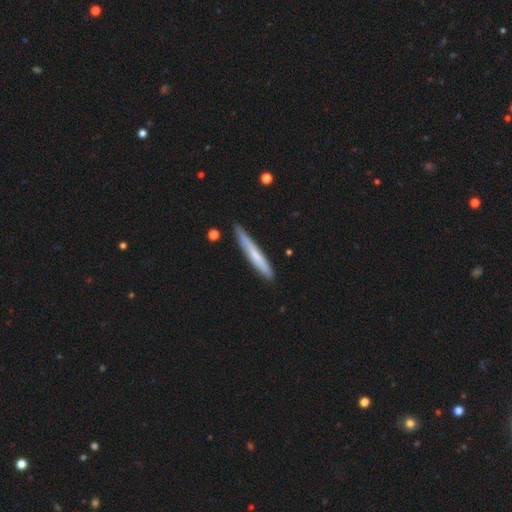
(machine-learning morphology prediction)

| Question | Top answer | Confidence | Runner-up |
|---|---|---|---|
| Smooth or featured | smooth | 61% | featured or disk (34%) |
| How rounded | cigar-shaped | 96% | in between (3%) |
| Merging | none | 83% | minor disturbance (13%) |